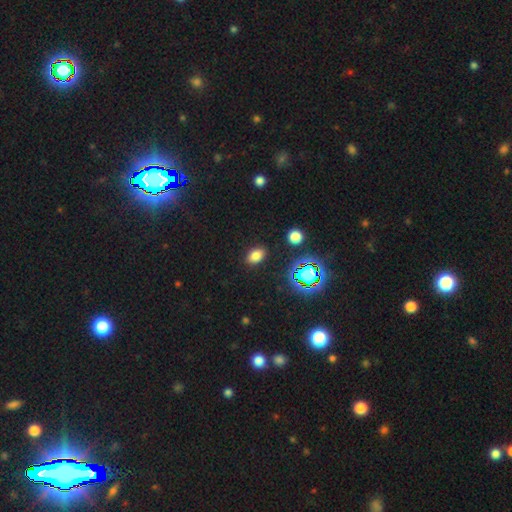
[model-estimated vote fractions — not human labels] Morphology: type=smooth (75%); roundness=in between (82%); merging=none (87%).